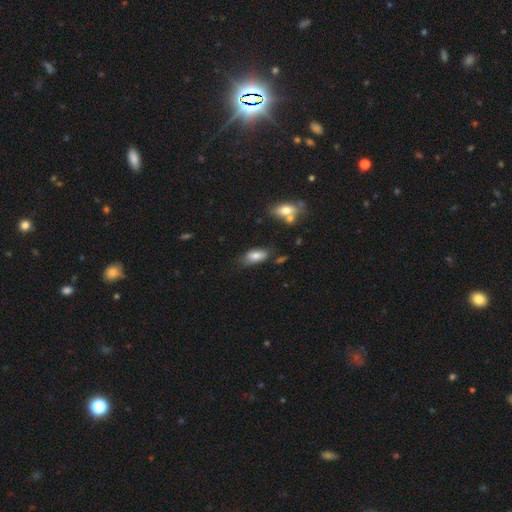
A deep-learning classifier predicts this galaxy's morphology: Q: Smooth or featured?
A: smooth (79%); runner-up: featured or disk (14%)
Q: How rounded?
A: in between (89%); runner-up: cigar-shaped (8%)
Q: Merging?
A: none (64%); runner-up: minor disturbance (25%)